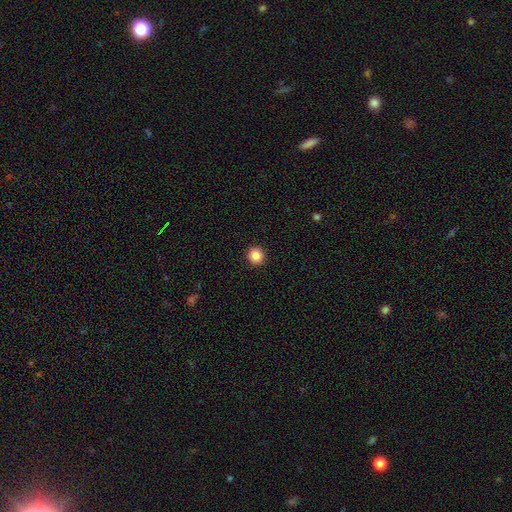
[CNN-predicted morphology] Q: Smooth or featured?
A: smooth (86%); runner-up: star or artifact (10%)
Q: How rounded?
A: round (95%); runner-up: in between (4%)
Q: Merging?
A: none (93%); runner-up: minor disturbance (4%)